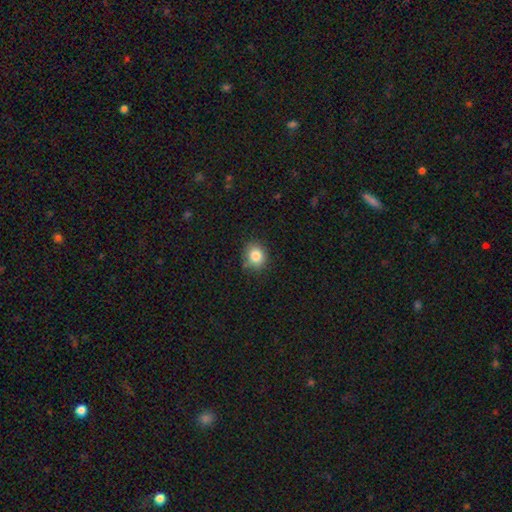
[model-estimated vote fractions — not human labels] Smooth or featured? smooth (83%)
How rounded? round (76%)
Merging? none (79%)